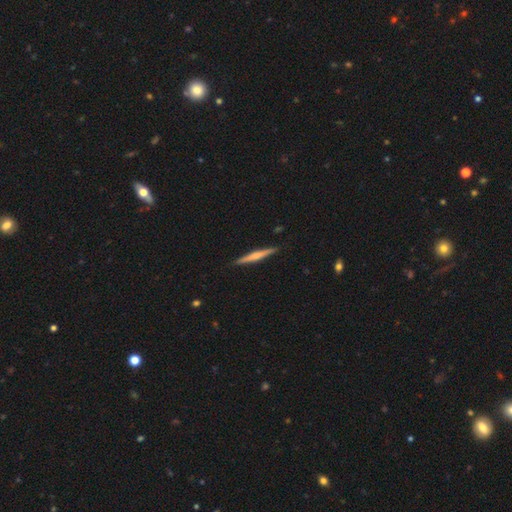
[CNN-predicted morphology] Smooth or featured?
  - featured or disk: 57% *
  - smooth: 37%
  - star or artifact: 5%
Edge-on disk?
  - yes: 98% *
  - no: 2%
Edge-on bulge?
  - rounded: 60% *
  - none: 26%
  - boxy: 13%
Merging?
  - none: 91% *
  - minor disturbance: 7%
  - major disturbance: 1%
  - merger: 1%